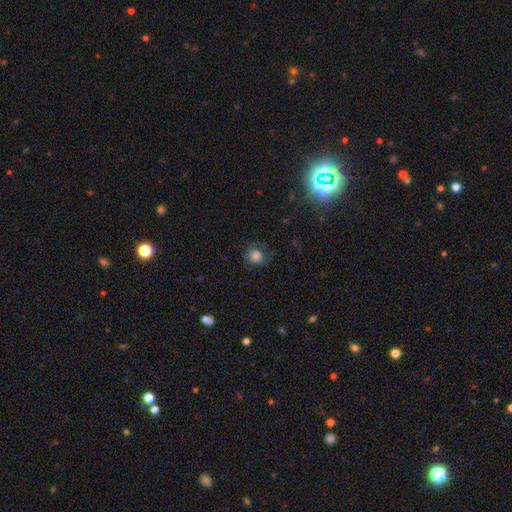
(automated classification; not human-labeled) This is likely a smooth galaxy (78%). How rounded: likely round (75%). Merging: likely none (65%).